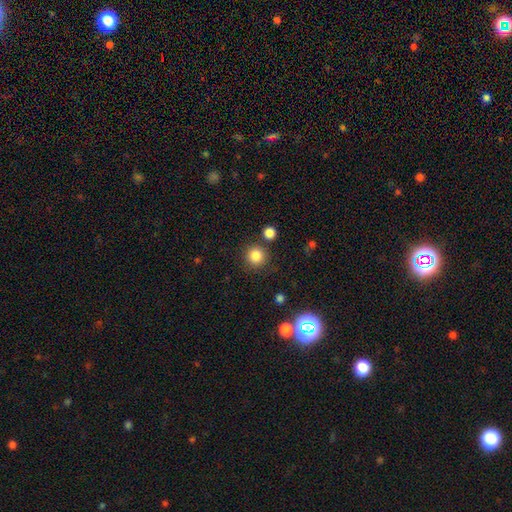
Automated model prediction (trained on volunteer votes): Smooth or featured? Predicted: smooth (p=0.84). How rounded? Predicted: round (p=0.93). Merging? Predicted: none (p=0.84).